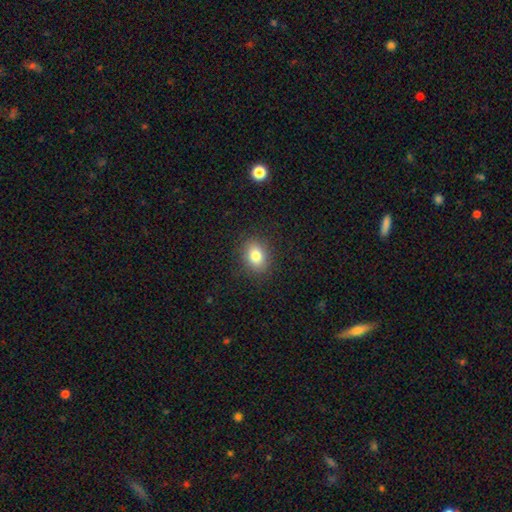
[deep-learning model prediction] The model was most divided on "how rounded": in between: 59%, round: 40%, cigar-shaped: 1%. More confident: merging — none (87%); smooth or featured — smooth (81%).